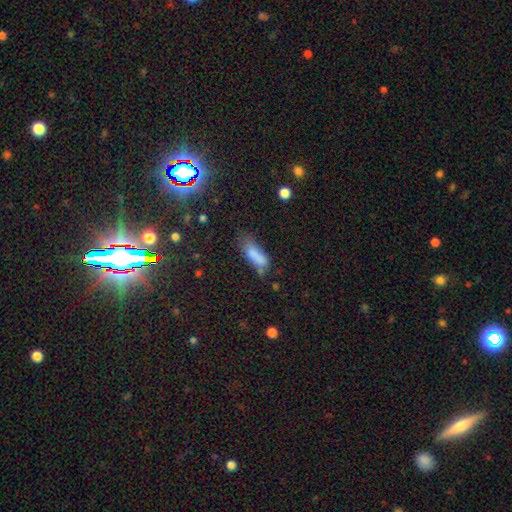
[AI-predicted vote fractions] Overall: smooth (79%). How rounded: in between (65%; cigar-shaped 33%). Merging: none (40%; minor disturbance 32%).